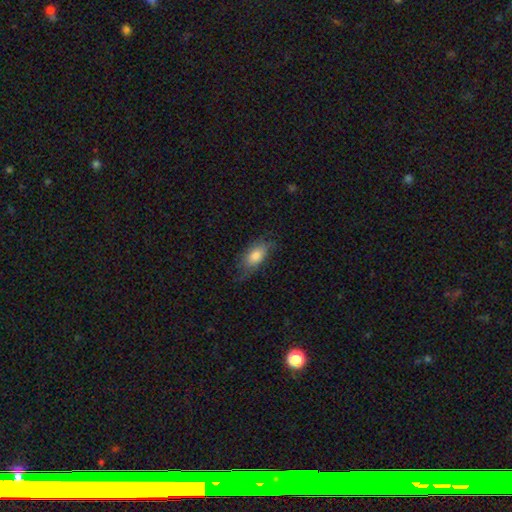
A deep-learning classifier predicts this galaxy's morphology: Smooth or featured? Predicted: smooth (p=0.74). How rounded? Predicted: in between (p=0.86). Merging? Predicted: none (p=0.59).